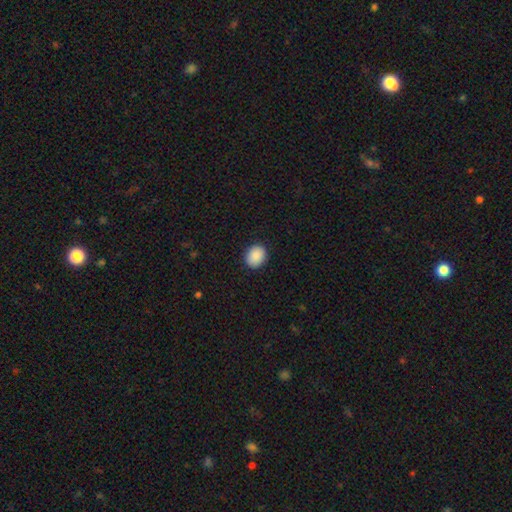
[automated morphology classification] smooth 89%, star or artifact 7%, featured or disk 4%. Down the decision tree: how rounded — round (54%); merging — none (90%).